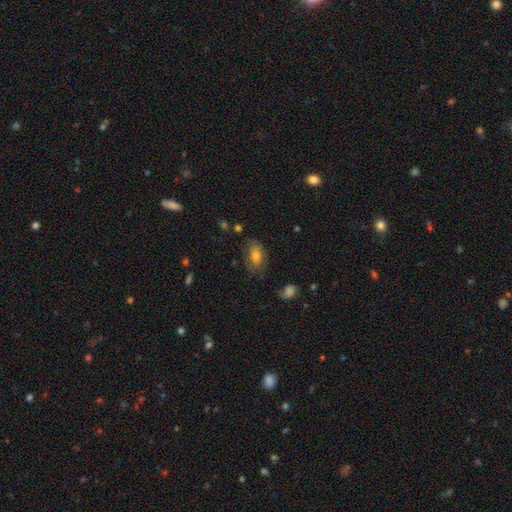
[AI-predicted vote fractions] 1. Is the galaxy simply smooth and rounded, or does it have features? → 55% smooth, 31% featured or disk, 15% star or artifact.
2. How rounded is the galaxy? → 85% in between, 12% round, 3% cigar-shaped.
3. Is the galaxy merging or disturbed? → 63% none, 23% minor disturbance, 12% major disturbance, 2% merger.